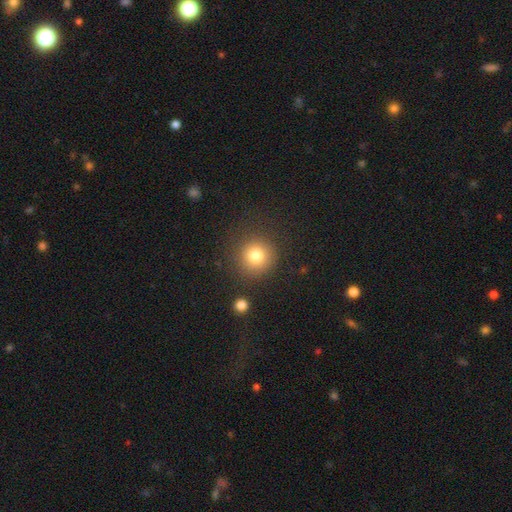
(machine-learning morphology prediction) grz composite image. It shows a smooth galaxy with no disk features (79%) that is round (93%). Merging: none (83%).